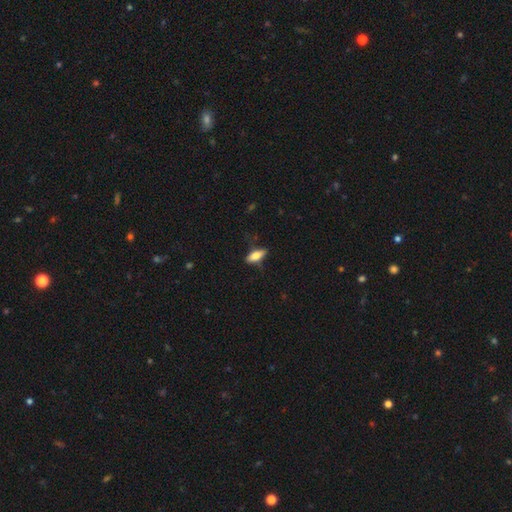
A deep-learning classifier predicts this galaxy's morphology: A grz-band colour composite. It shows a smooth galaxy with no disk features (66%) that is in between round and cigar-shaped (68%). Merging: none (77%).